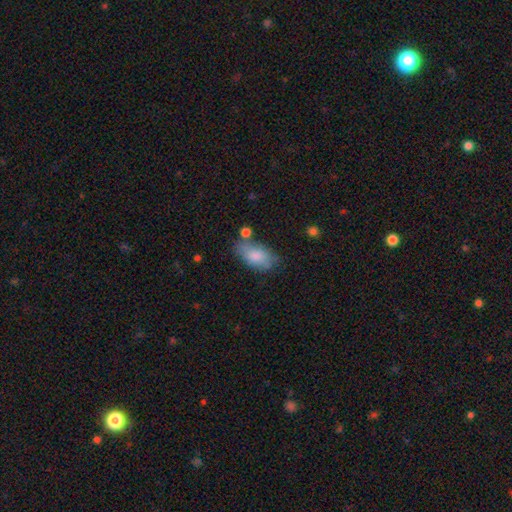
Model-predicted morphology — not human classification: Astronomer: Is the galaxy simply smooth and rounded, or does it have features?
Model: smooth — 80%.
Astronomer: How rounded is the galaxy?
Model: in between — 92%.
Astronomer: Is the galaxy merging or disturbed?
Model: none — 60%.